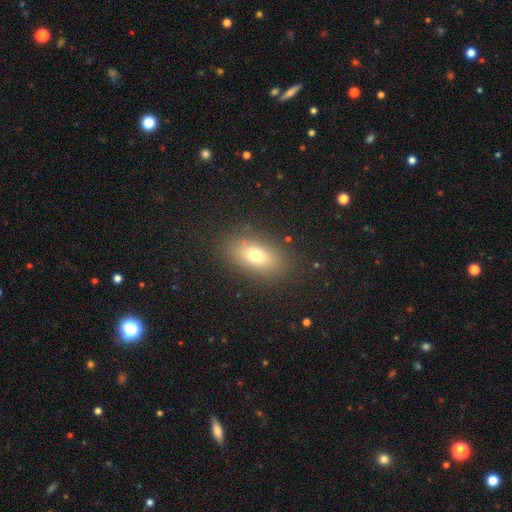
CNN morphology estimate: A smooth galaxy with no disk features (73%) that is in between round and cigar-shaped (85%). Merging: none (85%).